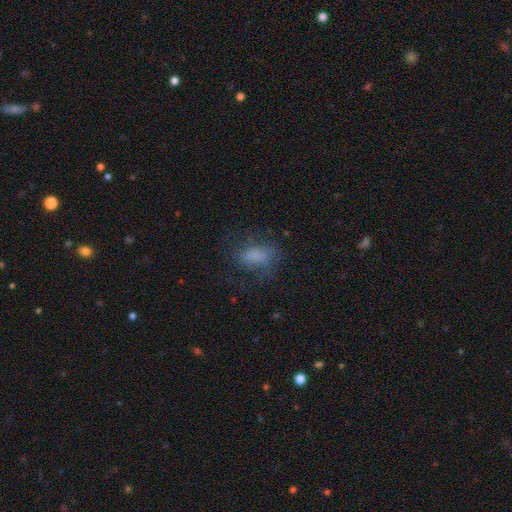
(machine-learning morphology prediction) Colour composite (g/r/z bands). It shows a smooth galaxy with no disk features (67%) that is in between round and cigar-shaped (84%). Merging: none (55%).